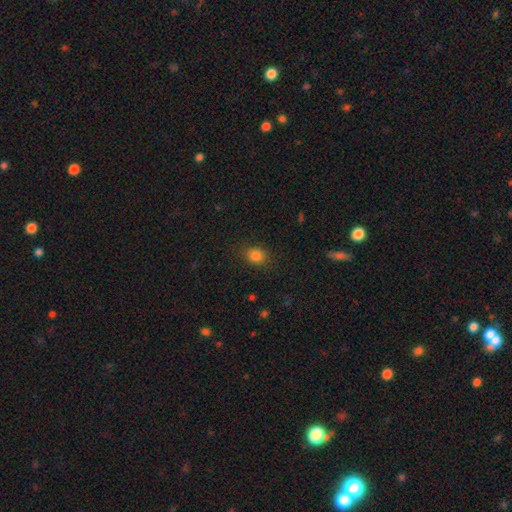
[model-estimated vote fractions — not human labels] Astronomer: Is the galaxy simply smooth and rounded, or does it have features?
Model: smooth — 83%.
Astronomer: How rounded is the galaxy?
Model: round — 65%.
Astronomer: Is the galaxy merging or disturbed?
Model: none — 86%.